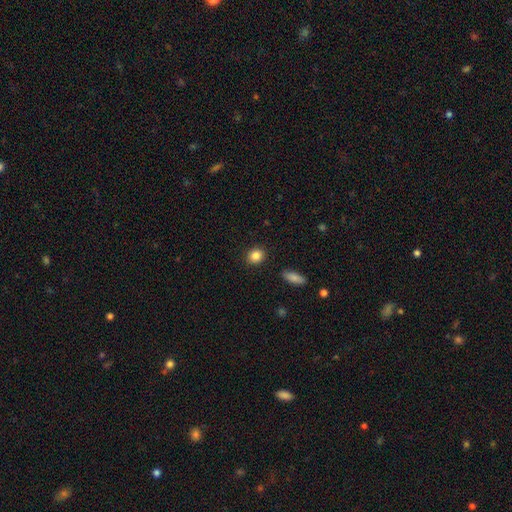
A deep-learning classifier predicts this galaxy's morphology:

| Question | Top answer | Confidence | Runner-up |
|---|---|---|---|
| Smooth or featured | smooth | 86% | star or artifact (9%) |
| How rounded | round | 76% | in between (23%) |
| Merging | none | 90% | minor disturbance (6%) |